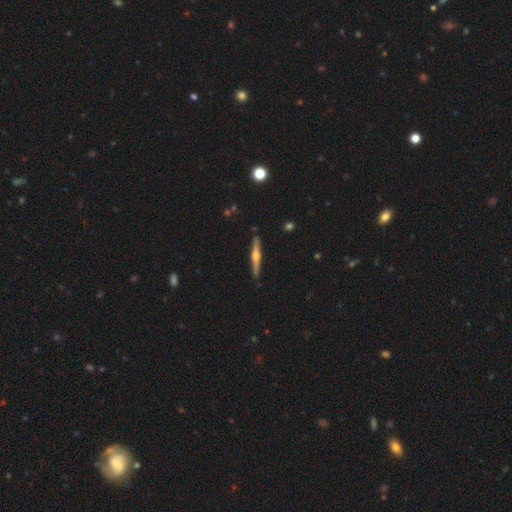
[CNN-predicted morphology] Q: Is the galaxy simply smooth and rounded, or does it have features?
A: featured or disk — 70%.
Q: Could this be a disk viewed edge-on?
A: yes — 98%.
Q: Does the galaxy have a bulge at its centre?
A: rounded — 89%.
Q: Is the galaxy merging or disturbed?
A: none — 90%.